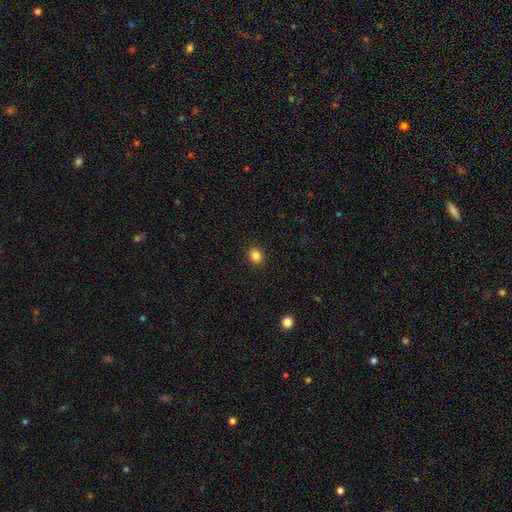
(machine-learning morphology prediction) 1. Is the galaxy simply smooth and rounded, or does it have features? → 84% smooth, 11% star or artifact, 5% featured or disk.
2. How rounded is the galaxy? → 54% round, 45% in between, 1% cigar-shaped.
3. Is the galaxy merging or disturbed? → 91% none, 7% minor disturbance, 2% major disturbance, 1% merger.